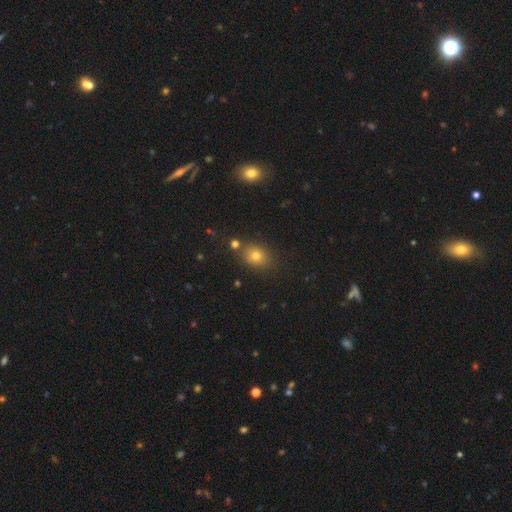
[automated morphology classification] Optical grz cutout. It shows a smooth galaxy with no disk features (73%) that is round (52%). Merging: none (78%).